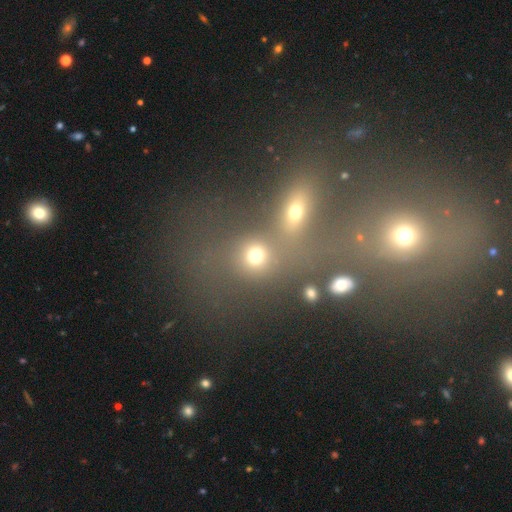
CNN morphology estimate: Smooth or featured: smooth — 74% (star or artifact — 18%)
How rounded: round — 80% (in between — 18%)
Merging: none — 50% (merger — 37%)